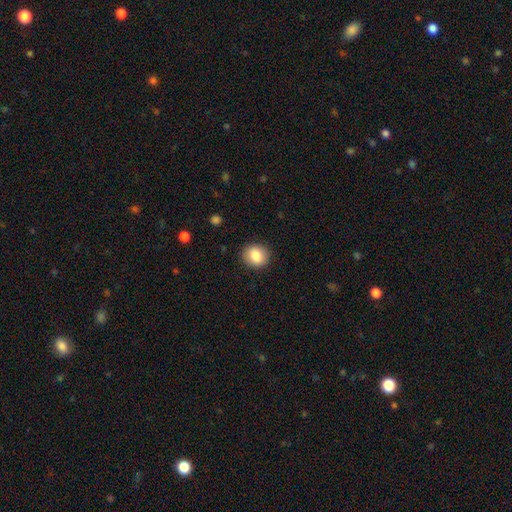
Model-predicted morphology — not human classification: The model was most divided on "how rounded": round: 75%, in between: 24%, cigar-shaped: 1%. More confident: merging — none (89%); smooth or featured — smooth (84%).